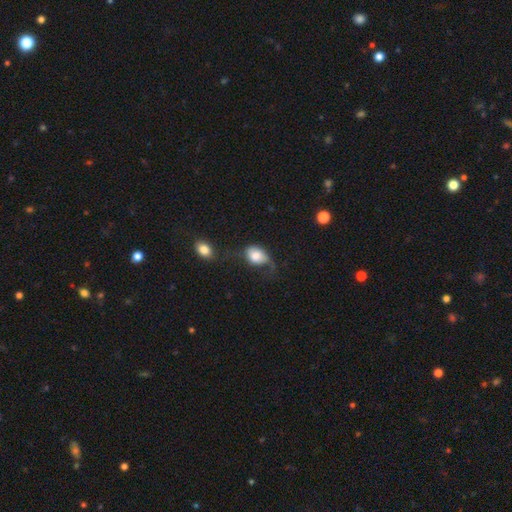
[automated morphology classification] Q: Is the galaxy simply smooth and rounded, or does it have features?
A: smooth — 73%.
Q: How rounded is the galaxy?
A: in between — 65%.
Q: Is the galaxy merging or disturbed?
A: major disturbance — 37%.